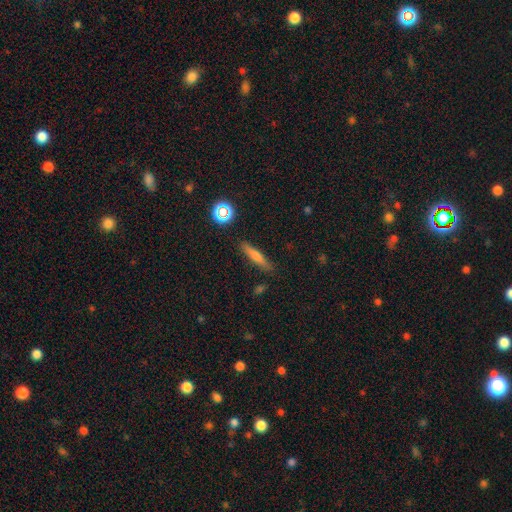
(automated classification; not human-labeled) Smooth or featured? Predicted: smooth (p=0.61). How rounded? Predicted: cigar-shaped (p=0.85). Merging? Predicted: none (p=0.88).